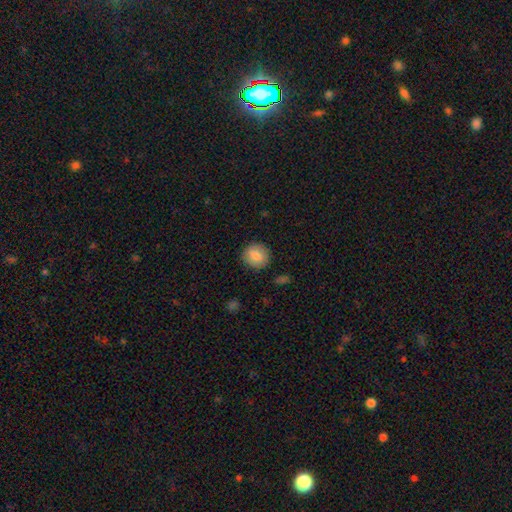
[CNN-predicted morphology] Overall: smooth (84%). How rounded: round (88%). Merging: none (88%).